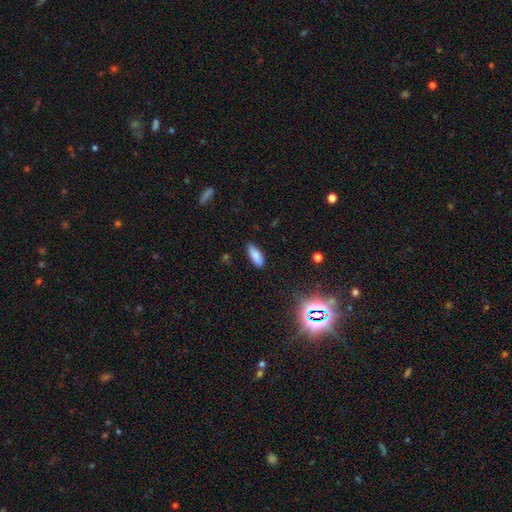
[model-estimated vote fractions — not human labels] Overall: smooth (85%). How rounded: in between (77%). Merging: none (86%).